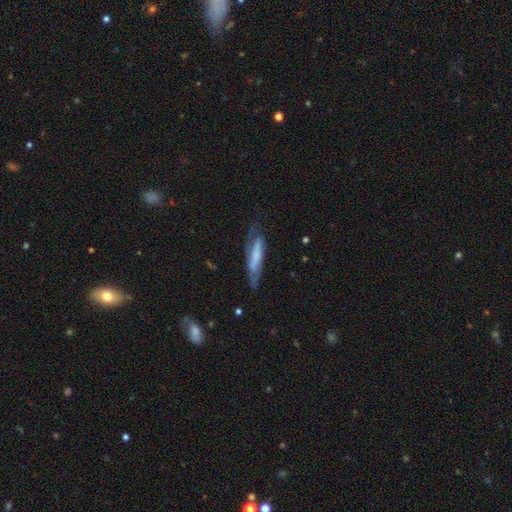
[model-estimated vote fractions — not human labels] The model was most divided on "smooth or featured": featured or disk: 53%, smooth: 40%, star or artifact: 7%. More confident: edge-on disk — no (57%); merging — none (55%).